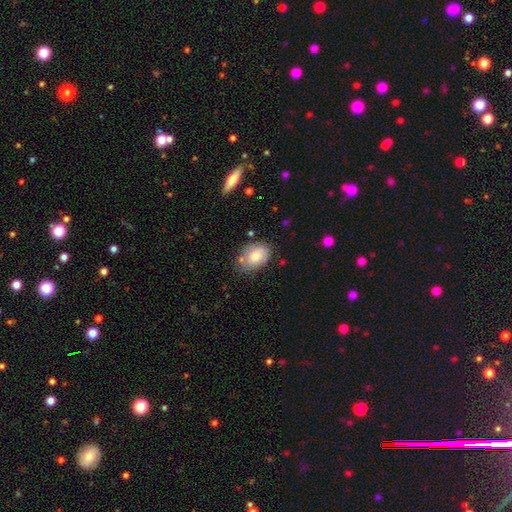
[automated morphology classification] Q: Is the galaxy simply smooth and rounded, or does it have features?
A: smooth — 73%.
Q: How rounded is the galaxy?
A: in between — 77%.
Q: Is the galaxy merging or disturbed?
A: none — 66%.